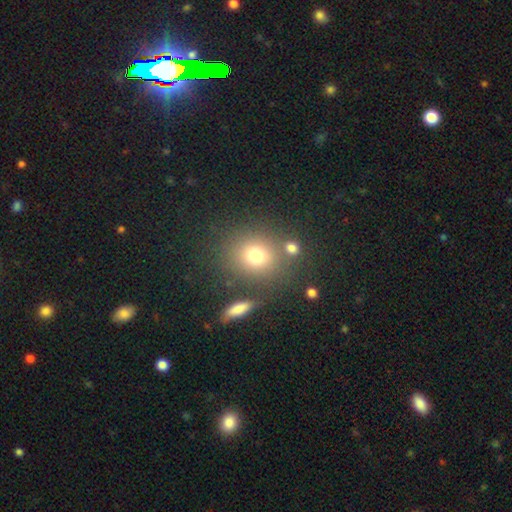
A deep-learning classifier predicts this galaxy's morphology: Smooth or featured: smooth — 76% (star or artifact — 14%)
How rounded: round — 72% (in between — 26%)
Merging: none — 74% (minor disturbance — 11%)